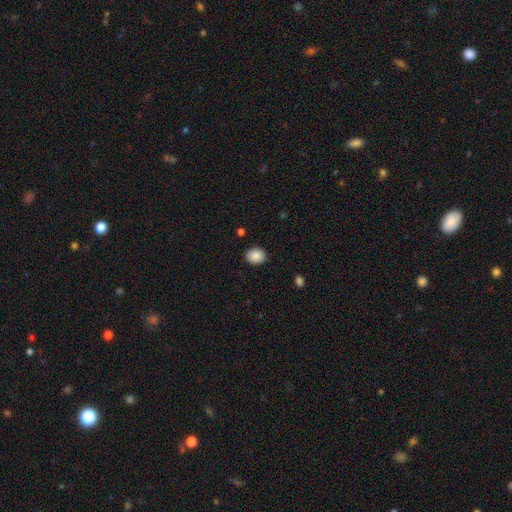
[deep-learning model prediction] Overall: smooth (89%). How rounded: round (50%, tied with in between). Merging: none (88%).